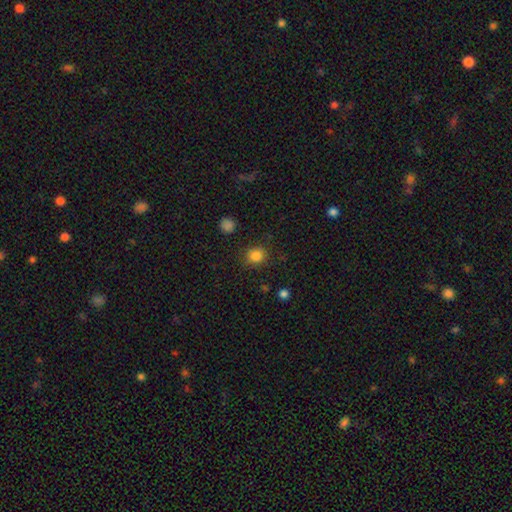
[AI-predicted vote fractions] Overall: smooth (85%). How rounded: round (81%). Merging: none (86%).